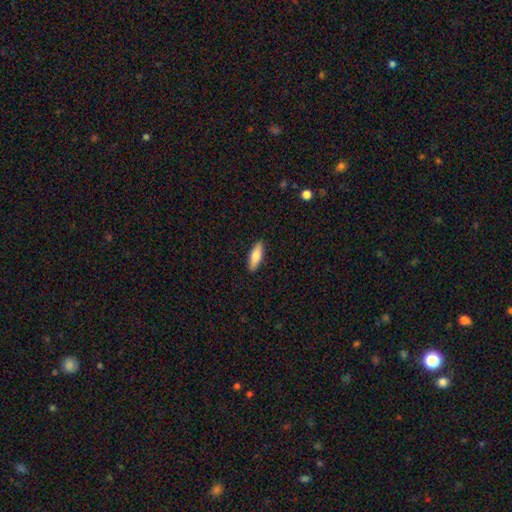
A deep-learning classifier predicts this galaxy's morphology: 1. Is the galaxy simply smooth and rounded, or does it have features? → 74% smooth, 20% featured or disk, 6% star or artifact.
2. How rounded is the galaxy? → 56% in between, 42% cigar-shaped, 2% round.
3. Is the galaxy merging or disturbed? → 90% none, 8% minor disturbance, 2% major disturbance, 1% merger.